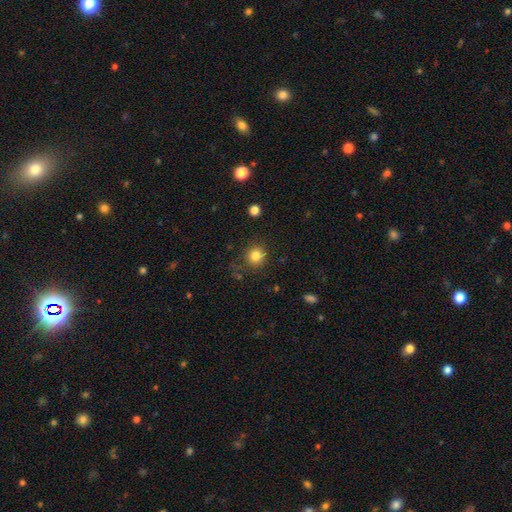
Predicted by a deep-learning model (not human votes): Q: Smooth or featured?
A: smooth (83%); runner-up: star or artifact (12%)
Q: How rounded?
A: round (91%); runner-up: in between (8%)
Q: Merging?
A: none (83%); runner-up: minor disturbance (11%)